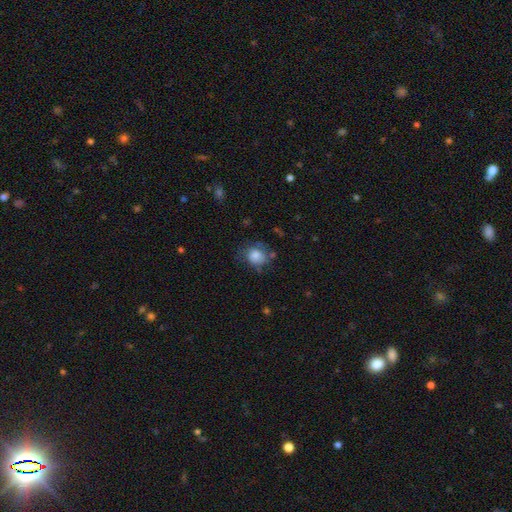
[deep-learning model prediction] Smooth or featured? smooth (77%)
How rounded? round (72%)
Merging? none (56%)